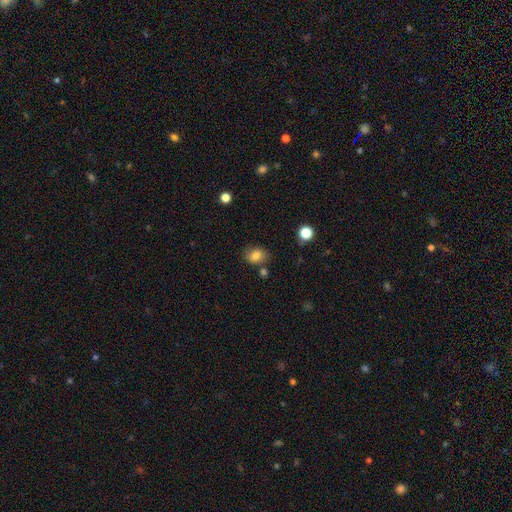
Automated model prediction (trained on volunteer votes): Overall: smooth (80%). How rounded: in between (53%; round 46%). Merging: none (75%).